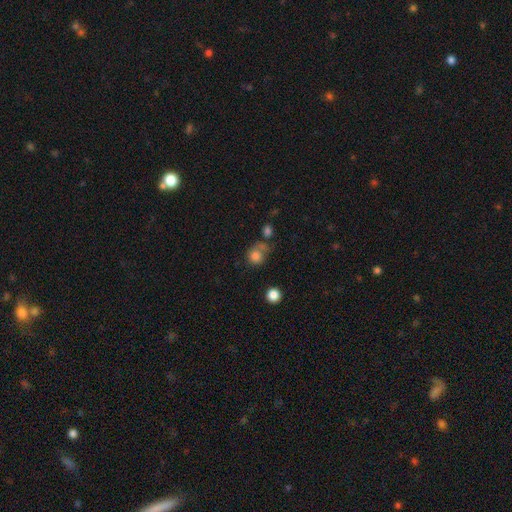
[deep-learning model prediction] Q: Smooth or featured?
A: smooth (78%); runner-up: star or artifact (12%)
Q: How rounded?
A: round (79%); runner-up: in between (20%)
Q: Merging?
A: none (47%); runner-up: minor disturbance (20%)